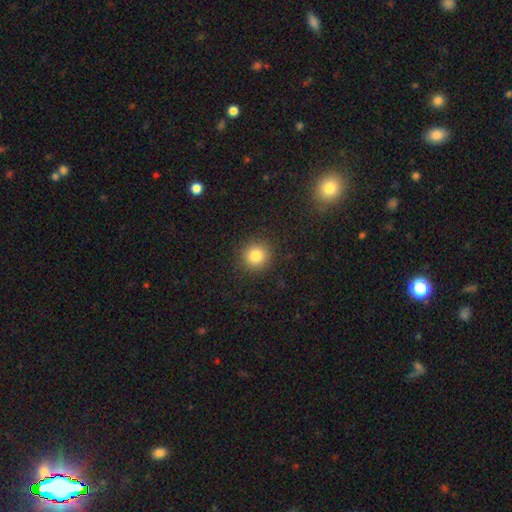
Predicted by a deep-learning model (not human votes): Smooth or featured? smooth (83%)
How rounded? round (91%)
Merging? none (90%)